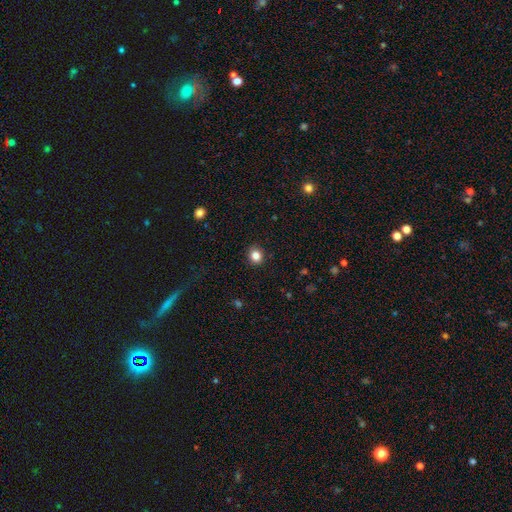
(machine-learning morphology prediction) A smooth galaxy with no disk features (84%) that is round (78%).

Vote fractions:
- Smooth or featured? smooth: 84% / star or artifact: 11% / featured or disk: 5%
- How rounded? round: 78% / in between: 21% / cigar-shaped: 1%
- Merging? none: 91% / minor disturbance: 6% / major disturbance: 2% / merger: 1%